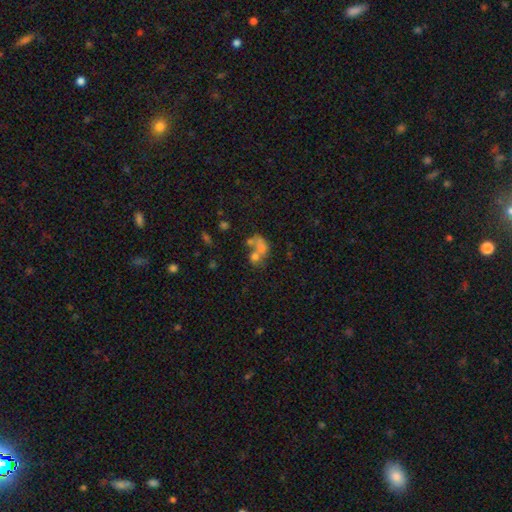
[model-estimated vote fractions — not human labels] Morphology: type=smooth (49%); merging=merger (53%).